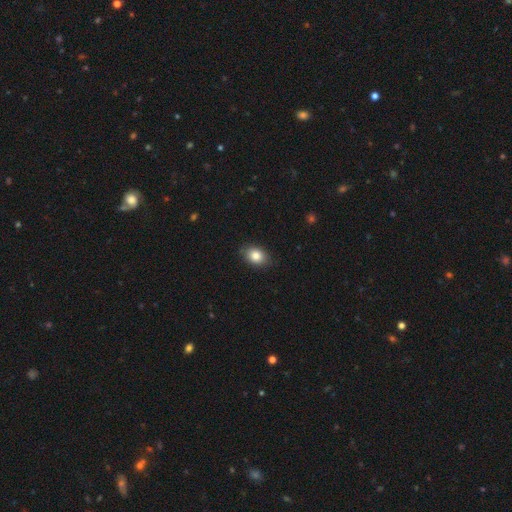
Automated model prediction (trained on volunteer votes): Smooth or featured? Predicted: smooth (p=0.83). How rounded? Predicted: in between (p=0.73). Merging? Predicted: none (p=0.85).